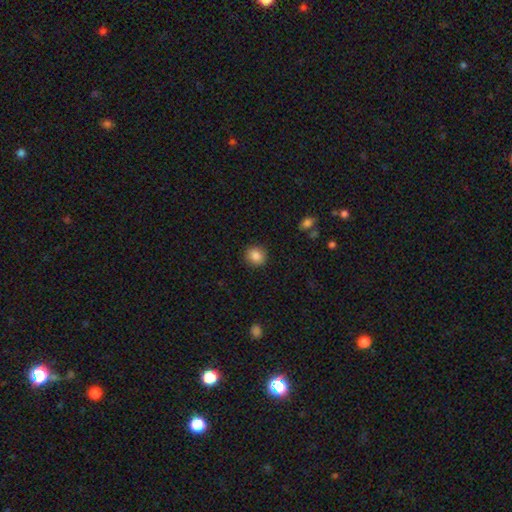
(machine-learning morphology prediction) Smooth or featured: smooth — 86% (star or artifact — 10%)
How rounded: round — 83% (in between — 16%)
Merging: none — 90% (minor disturbance — 7%)